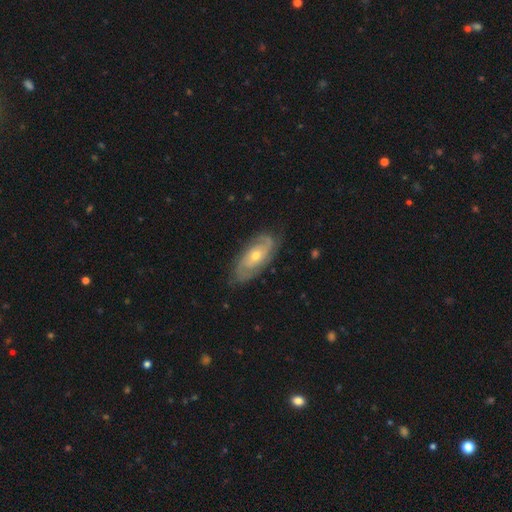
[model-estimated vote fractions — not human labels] Q: Smooth or featured?
A: featured or disk (81%); runner-up: smooth (13%)
Q: Edge-on disk?
A: no (92%); runner-up: yes (8%)
Q: Bar?
A: no (69%); runner-up: weak (25%)
Q: Spiral arms?
A: yes (93%); runner-up: no (7%)
Q: Spiral winding?
A: tight (53%); runner-up: medium (35%)
Q: Spiral arm count?
A: 2 (58%); runner-up: can't tell (21%)
Q: Bulge size?
A: moderate (52%); runner-up: small (44%)
Q: Merging?
A: none (79%); runner-up: minor disturbance (16%)